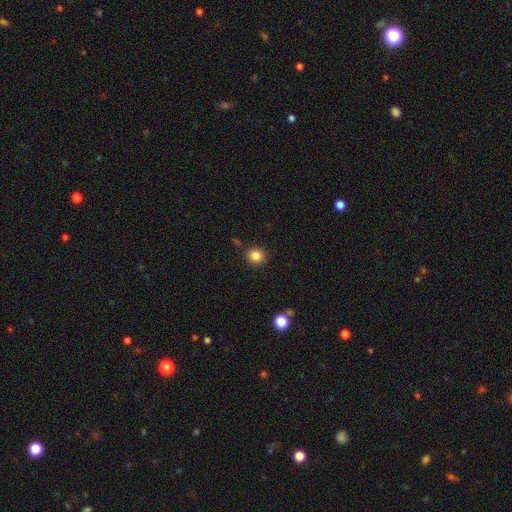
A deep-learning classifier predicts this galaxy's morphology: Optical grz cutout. It shows a smooth galaxy with no disk features (84%) that is round (91%). Merging: none (89%).